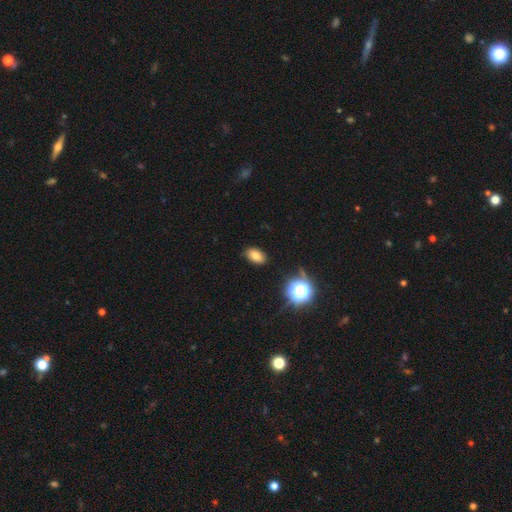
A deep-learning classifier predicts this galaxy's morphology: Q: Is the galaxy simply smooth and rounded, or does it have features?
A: smooth — 77%.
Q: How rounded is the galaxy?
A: in between — 89%.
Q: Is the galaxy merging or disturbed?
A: none — 86%.